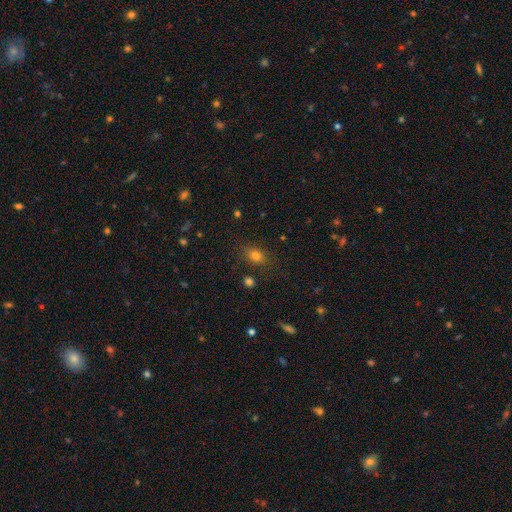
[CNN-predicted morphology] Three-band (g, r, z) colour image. It shows a smooth galaxy with no disk features (77%) that is in between round and cigar-shaped (63%). Merging: none (80%).